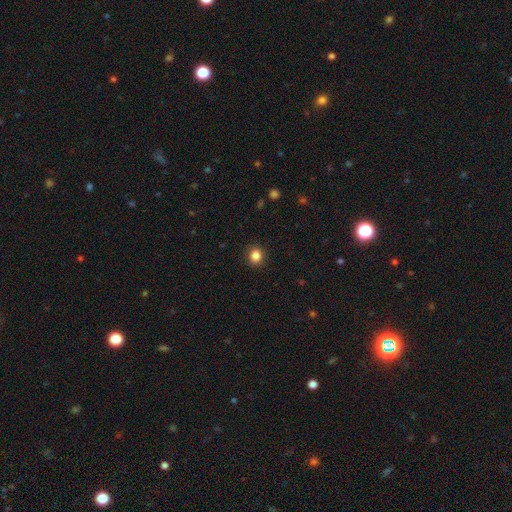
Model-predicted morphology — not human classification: A smooth galaxy with no disk features (85%) that is round (82%). Merging: none (91%).